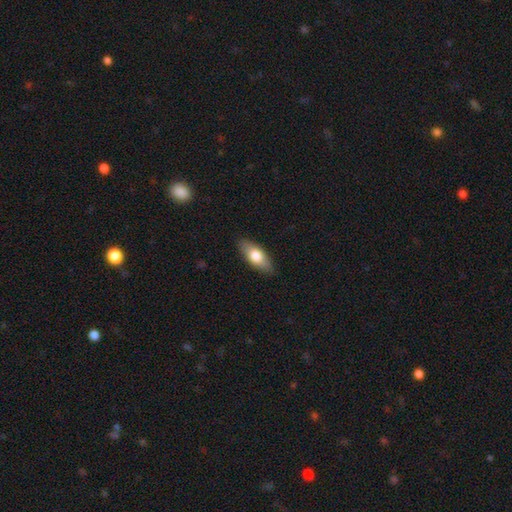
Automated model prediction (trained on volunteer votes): Smooth or featured? Predicted: smooth (p=0.72). How rounded? Predicted: in between (p=0.79). Merging? Predicted: none (p=0.87).